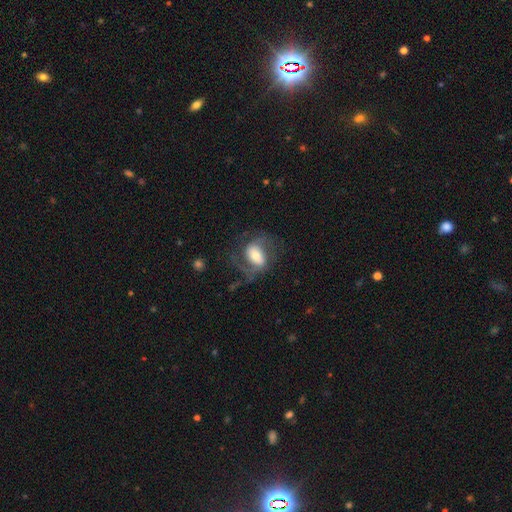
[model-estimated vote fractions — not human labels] A featured or disk galaxy (64%) with a weak bar (38%), 2 (80%) medium (47%) spiral arms (86%) and a moderate central bulge (54%). Merging: none (54%).